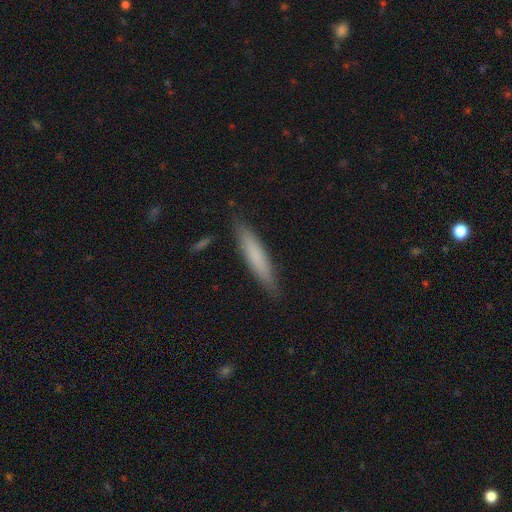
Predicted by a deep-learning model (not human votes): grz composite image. It shows a smooth galaxy with no disk features (73%) that is cigar-shaped (89%). Merging: none (87%).